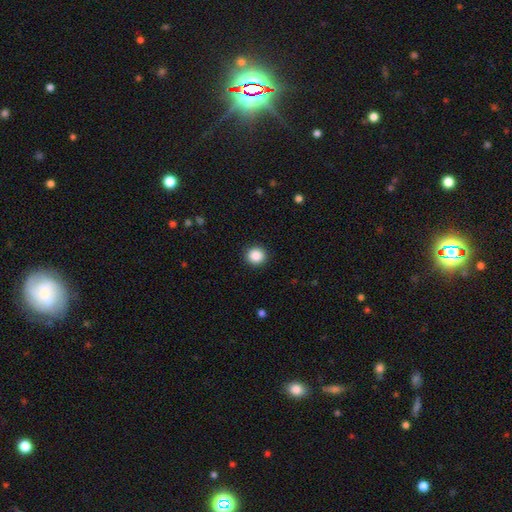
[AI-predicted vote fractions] Morphology: type=smooth (88%); roundness=round (90%); merging=none (92%).